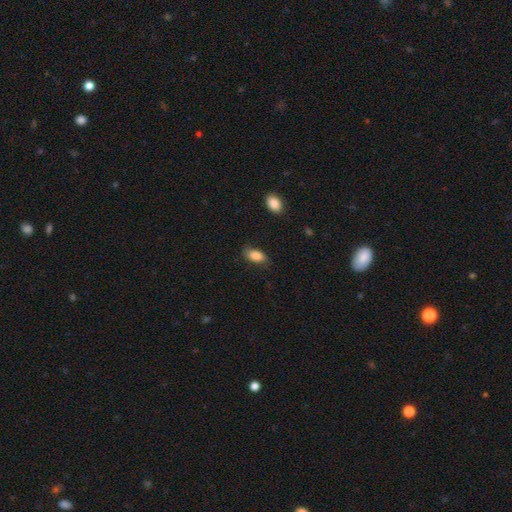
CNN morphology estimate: Smooth or featured? smooth (86%)
How rounded? in between (91%)
Merging? none (77%)